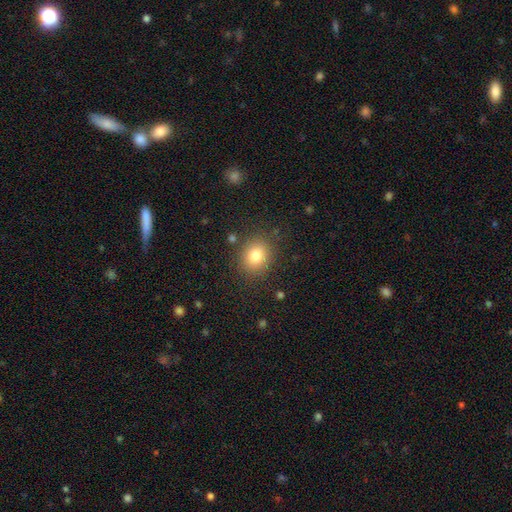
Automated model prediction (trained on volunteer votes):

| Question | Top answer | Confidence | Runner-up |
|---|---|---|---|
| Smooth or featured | smooth | 80% | star or artifact (11%) |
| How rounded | round | 64% | in between (35%) |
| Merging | none | 85% | minor disturbance (10%) |